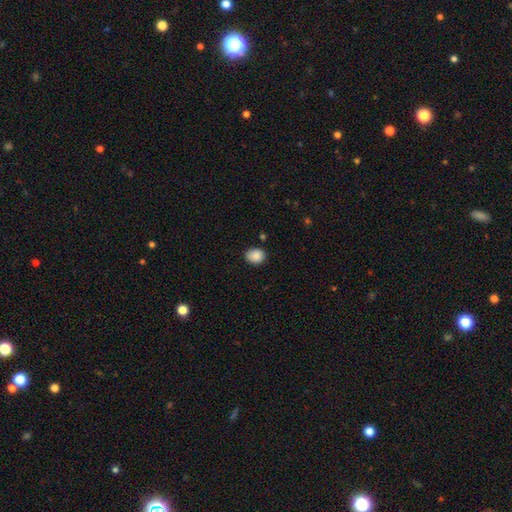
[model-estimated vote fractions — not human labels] A smooth galaxy with no disk features (88%) that is round (56%). Merging: none (81%).